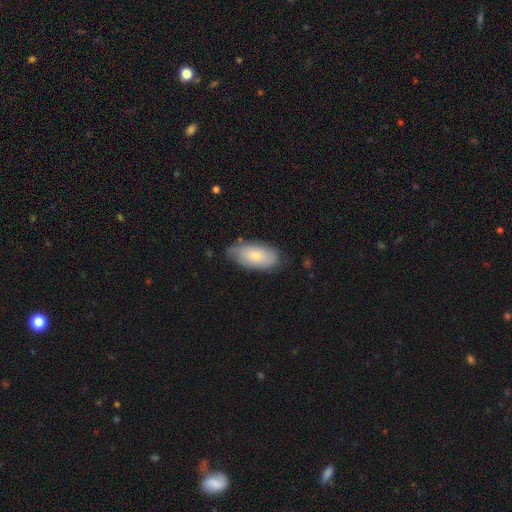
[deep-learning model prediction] This appears to be a smooth galaxy with no disk features (63%) that is in between round and cigar-shaped (93%). Merging: none (67%).